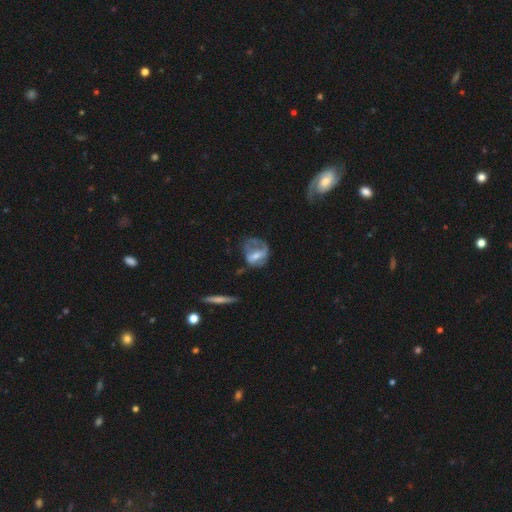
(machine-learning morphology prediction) This is possibly a featured or disk galaxy (51%). It is clearly not viewed edge-on (93%). Merging: marginally major disturbance (35%).